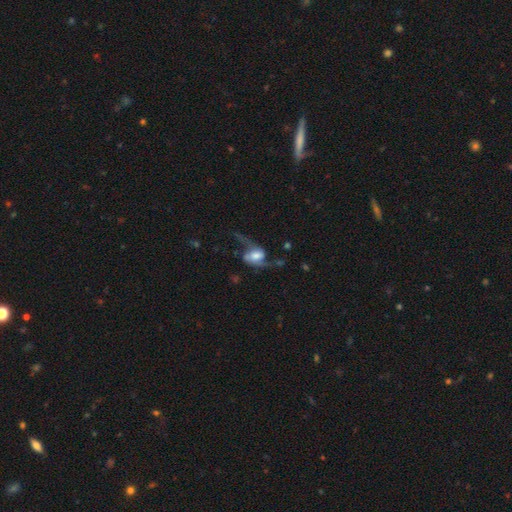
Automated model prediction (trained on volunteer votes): Smooth or featured? featured or disk (75%)
Edge-on disk? no (95%)
Bar? no (43%)
Spiral arms? yes (90%)
Spiral winding? loose (82%)
Spiral arm count? 2 (90%)
Bulge size? moderate (36%)
Merging? none (49%)